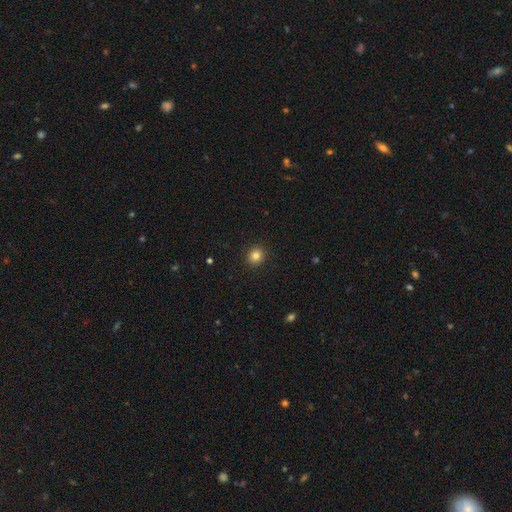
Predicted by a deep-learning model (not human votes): A smooth galaxy with no disk features (83%) that is round (88%). Merging: none (92%).